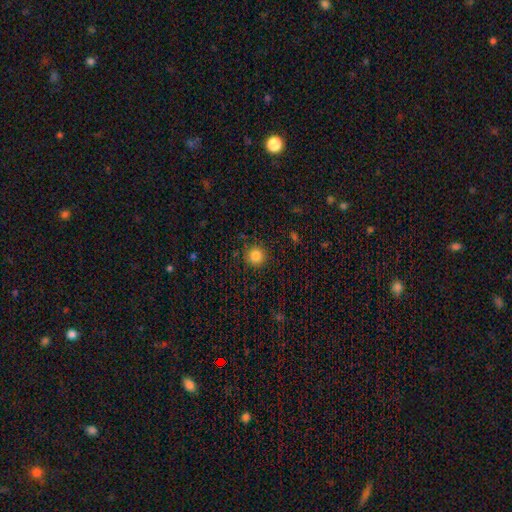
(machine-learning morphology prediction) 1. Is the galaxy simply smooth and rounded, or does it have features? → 85% smooth, 11% star or artifact, 5% featured or disk.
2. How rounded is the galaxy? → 94% round, 6% in between, 1% cigar-shaped.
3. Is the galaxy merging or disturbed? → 89% none, 8% minor disturbance, 2% major disturbance, 1% merger.